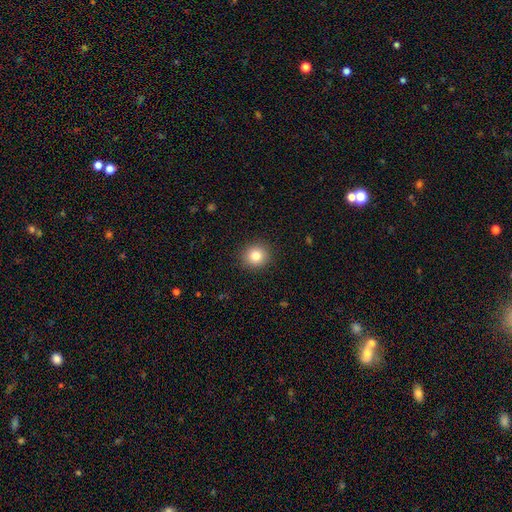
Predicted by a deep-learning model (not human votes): A smooth galaxy with no disk features (82%) that is round (89%). Merging: none (91%).